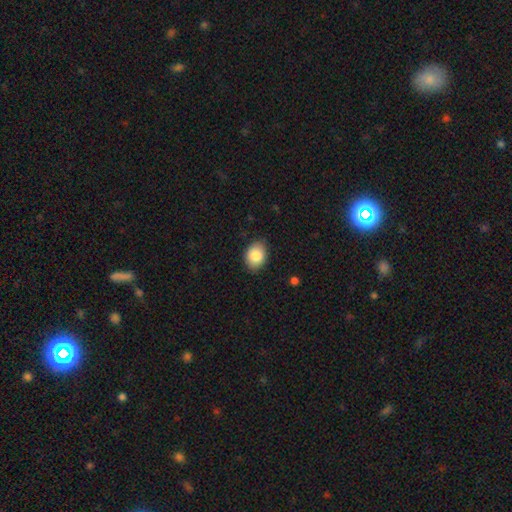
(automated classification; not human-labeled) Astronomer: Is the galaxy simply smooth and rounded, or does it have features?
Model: smooth — 85%.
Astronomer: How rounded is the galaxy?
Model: in between — 66%.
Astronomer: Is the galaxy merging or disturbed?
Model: none — 85%.